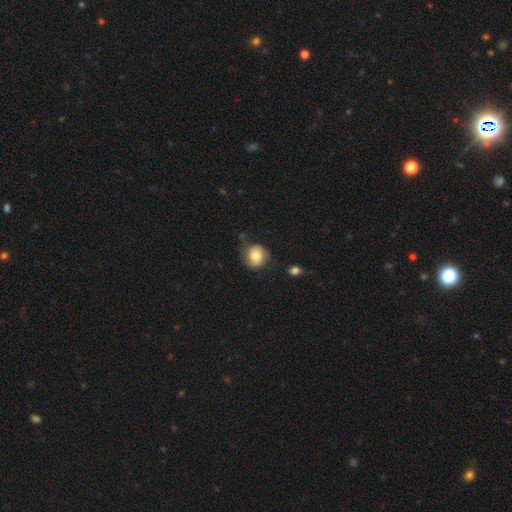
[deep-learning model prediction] Smooth or featured? smooth (64%)
How rounded? round (80%)
Merging? none (66%)